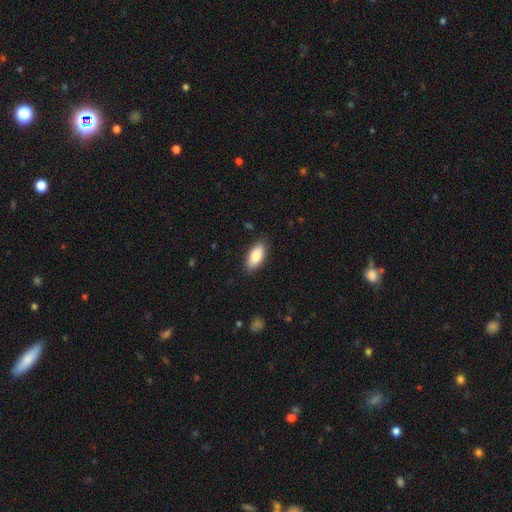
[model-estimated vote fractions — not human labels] The model was most divided on "smooth or featured": smooth: 82%, featured or disk: 11%, star or artifact: 6%. More confident: how rounded — in between (89%); merging — none (86%).